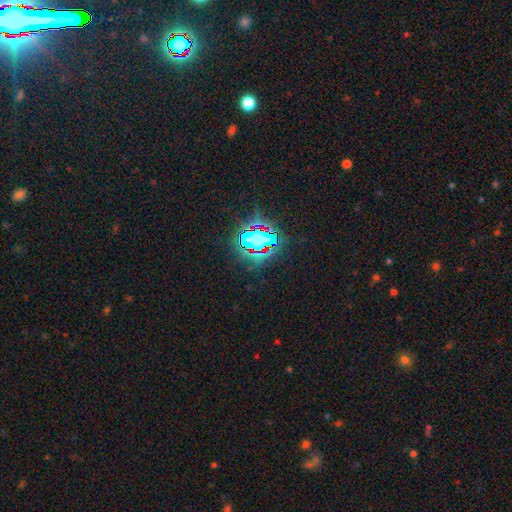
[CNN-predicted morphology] This is clearly a star or artifact rather than a galaxy (82%).